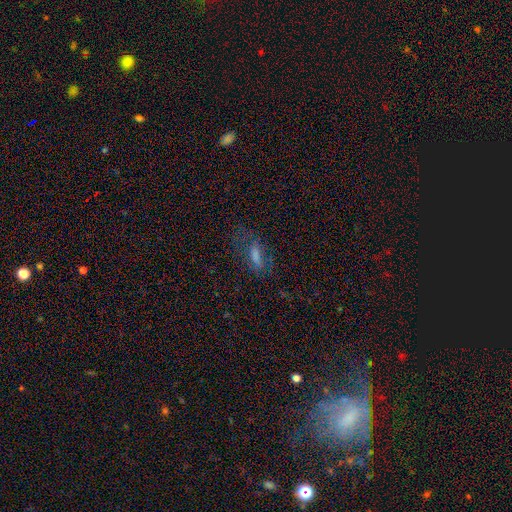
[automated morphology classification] type=smooth (60%); roundness=in between (58%); merging=none (56%).